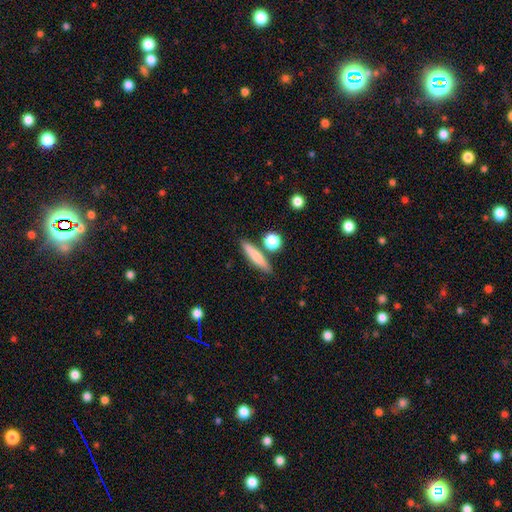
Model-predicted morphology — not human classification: This appears to be a smooth galaxy with no disk features (75%) that is cigar-shaped (80%). Merging: none (80%).